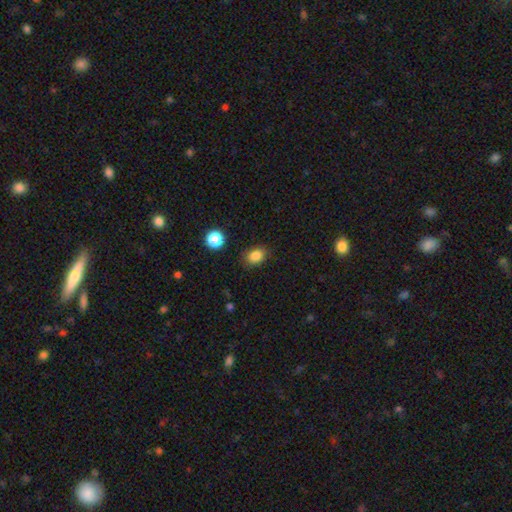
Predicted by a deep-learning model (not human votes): Overall: smooth (84%). How rounded: in between (63%; round 36%). Merging: none (83%).